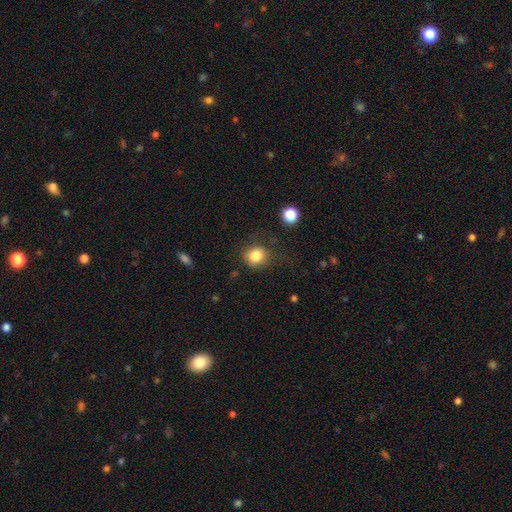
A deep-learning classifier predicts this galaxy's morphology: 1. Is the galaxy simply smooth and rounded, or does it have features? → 82% smooth, 11% star or artifact, 6% featured or disk.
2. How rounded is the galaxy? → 83% round, 16% in between, 1% cigar-shaped.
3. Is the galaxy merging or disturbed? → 72% none, 17% minor disturbance, 8% major disturbance, 3% merger.